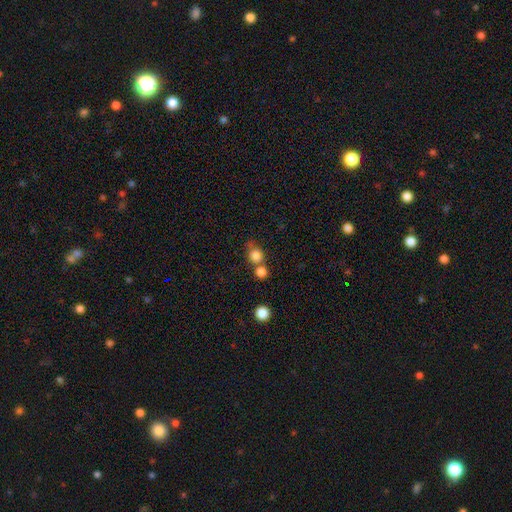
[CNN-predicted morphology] Smooth or featured? smooth (82%)
How rounded? round (83%)
Merging? none (48%)